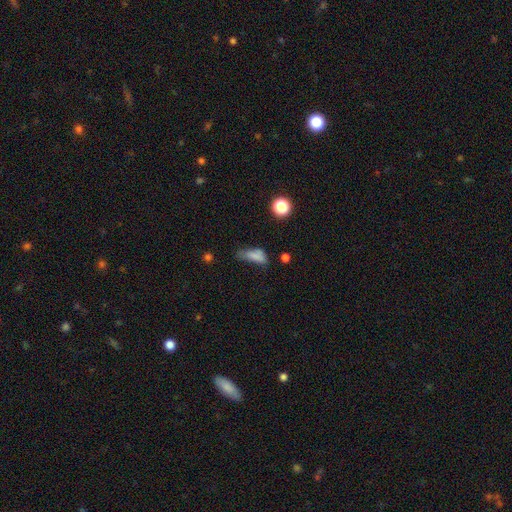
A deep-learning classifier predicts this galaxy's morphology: Smooth or featured? Predicted: smooth (p=0.74). How rounded? Predicted: in between (p=0.73). Merging? Predicted: minor disturbance (p=0.36).